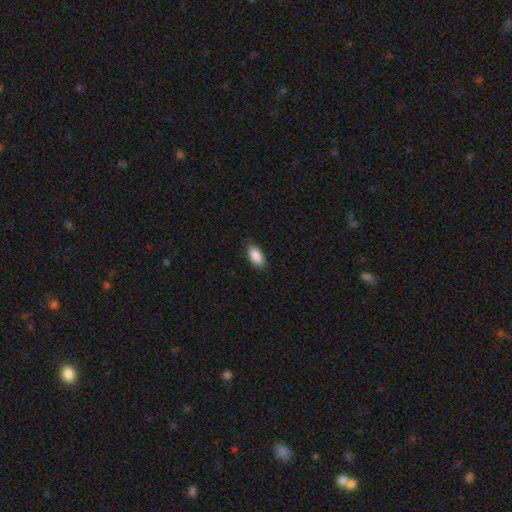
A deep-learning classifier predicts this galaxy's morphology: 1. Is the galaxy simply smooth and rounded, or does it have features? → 89% smooth, 6% star or artifact, 5% featured or disk.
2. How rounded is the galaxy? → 90% in between, 8% cigar-shaped, 3% round.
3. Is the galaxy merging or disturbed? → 83% none, 14% minor disturbance, 2% major disturbance, 1% merger.